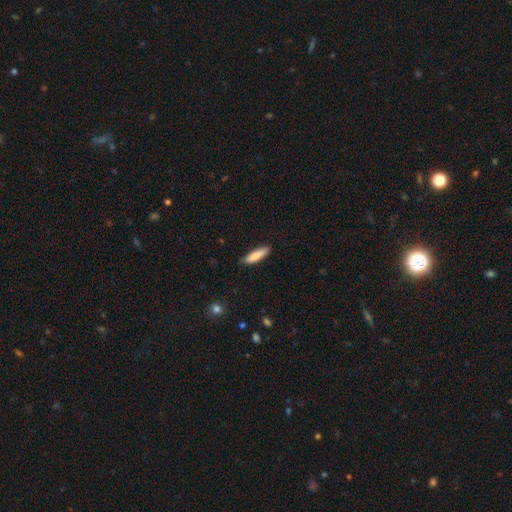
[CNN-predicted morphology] smooth_or_featured: smooth (p=0.84) [alt: featured or disk p=0.11]
how_rounded: cigar-shaped (p=0.70) [alt: in between p=0.29]
merging: none (p=0.87) [alt: minor disturbance p=0.10]